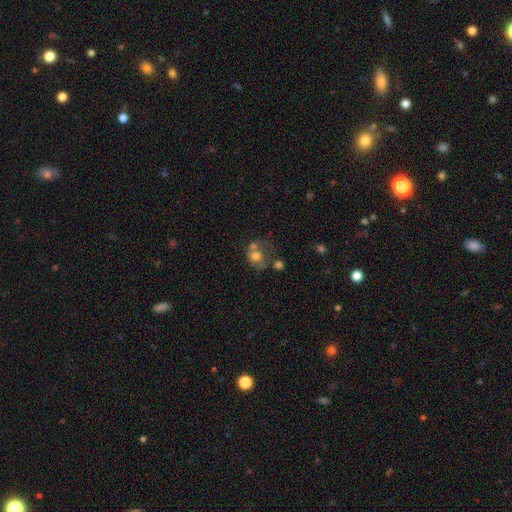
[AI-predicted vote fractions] Smooth or featured?
  - smooth: 62% *
  - featured or disk: 27%
  - star or artifact: 11%
How rounded?
  - round: 64% *
  - in between: 35%
  - cigar-shaped: 1%
Merging?
  - merger: 41% *
  - none: 28%
  - minor disturbance: 15%
  - major disturbance: 15%